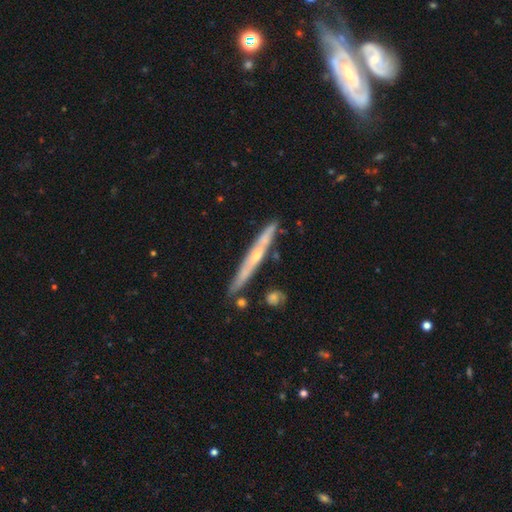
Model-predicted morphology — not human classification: Smooth or featured?
  - featured or disk: 67% *
  - smooth: 28%
  - star or artifact: 6%
Edge-on disk?
  - yes: 92% *
  - no: 8%
Edge-on bulge?
  - rounded: 56% *
  - none: 41%
  - boxy: 3%
Merging?
  - none: 81% *
  - minor disturbance: 13%
  - merger: 4%
  - major disturbance: 2%